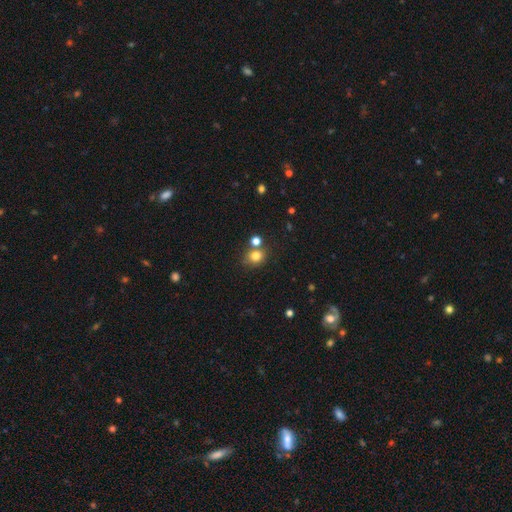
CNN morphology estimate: The model was most divided on "merging": none: 66%, merger: 19%, minor disturbance: 11%, major disturbance: 4%. More confident: smooth or featured — smooth (79%); how rounded — round (76%).